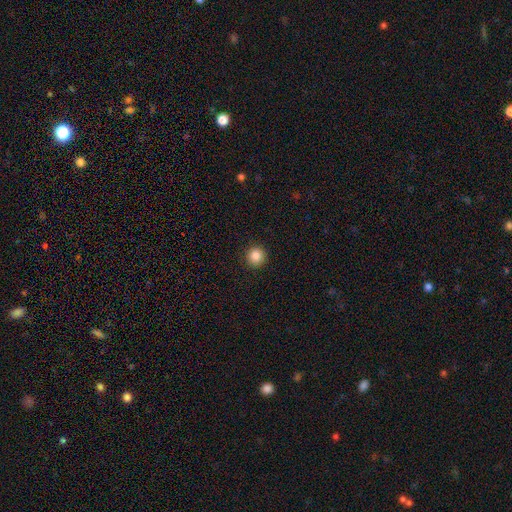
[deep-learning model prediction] Smooth or featured?
  - smooth: 87% *
  - star or artifact: 10%
  - featured or disk: 4%
How rounded?
  - round: 94% *
  - in between: 5%
  - cigar-shaped: 1%
Merging?
  - none: 92% *
  - minor disturbance: 5%
  - major disturbance: 2%
  - merger: 1%